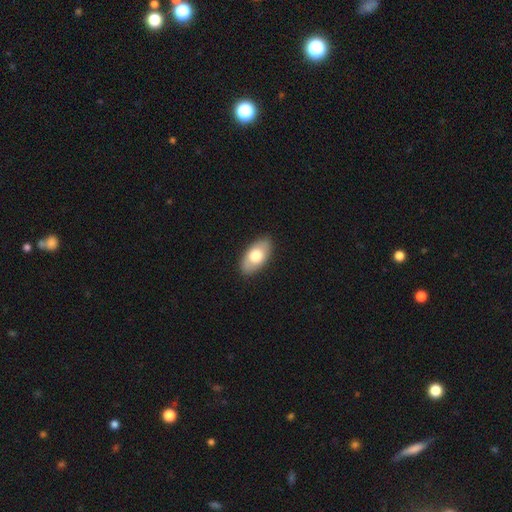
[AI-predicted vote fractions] The model was most divided on "smooth or featured": smooth: 71%, featured or disk: 23%, star or artifact: 6%. More confident: how rounded — in between (93%); merging — none (87%).